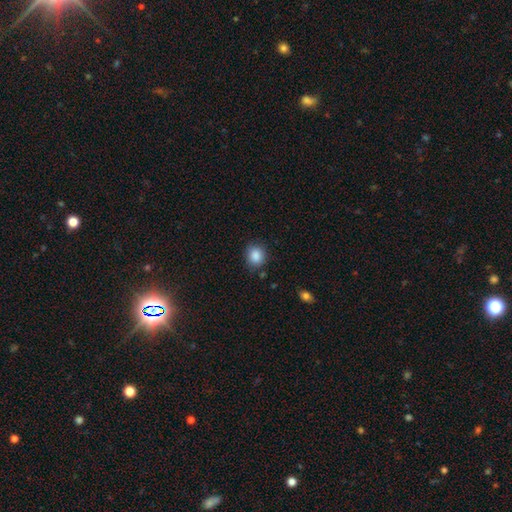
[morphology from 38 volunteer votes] Smooth or featured?
  - smooth: 84% *
  - featured or disk: 11%
  - star or artifact: 5%
How rounded?
  - round: 72% *
  - in between: 28%
  - cigar-shaped: 0%
Merging?
  - none: 78% *
  - minor disturbance: 17%
  - merger: 6%
  - major disturbance: 0%